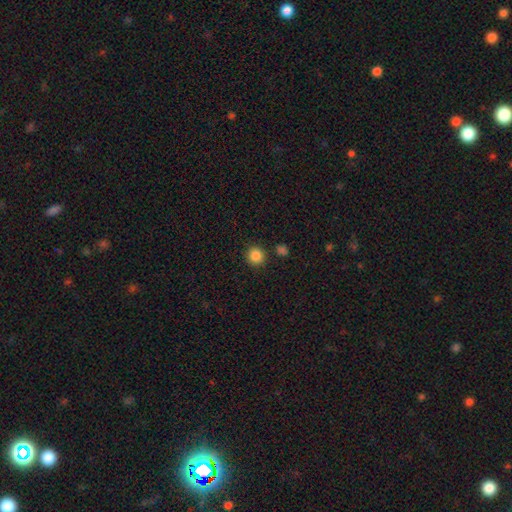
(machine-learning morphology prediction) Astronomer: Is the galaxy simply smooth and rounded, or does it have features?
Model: smooth — 86%.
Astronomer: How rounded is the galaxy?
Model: round — 94%.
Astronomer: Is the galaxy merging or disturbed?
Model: none — 89%.